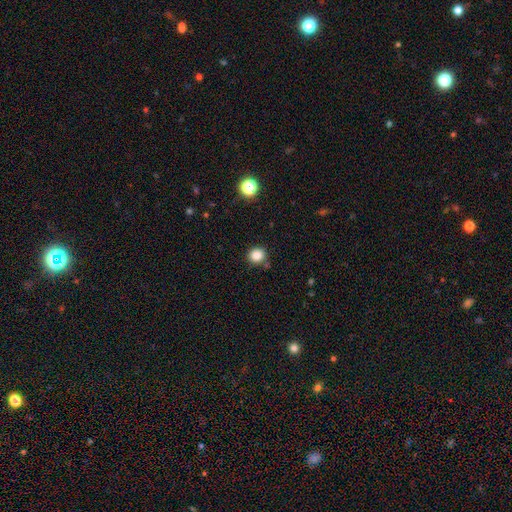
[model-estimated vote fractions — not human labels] This appears to be a smooth galaxy with no disk features (85%) that is round (88%). Merging: none (84%).